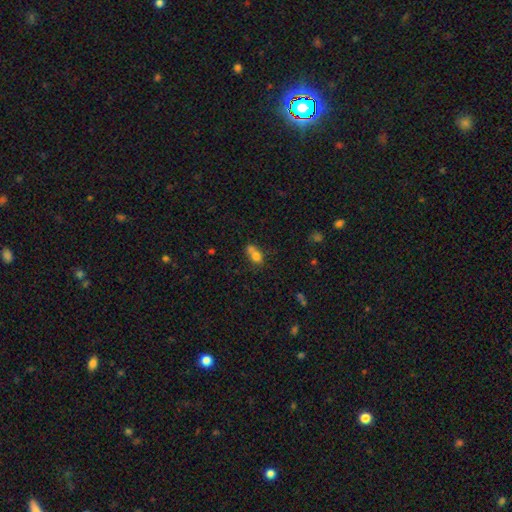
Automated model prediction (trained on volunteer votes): Morphology: type=smooth (73%); roundness=in between (60%); merging=merger (46%).